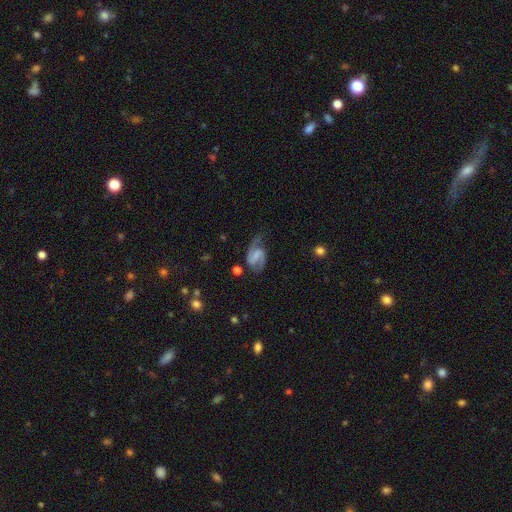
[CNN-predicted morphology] Smooth or featured? featured or disk (85%)
Edge-on disk? no (98%)
Bar? weak (45%)
Spiral arms? yes (96%)
Spiral winding? medium (52%)
Spiral arm count? 2 (90%)
Bulge size? none (54%)
Merging? none (64%)